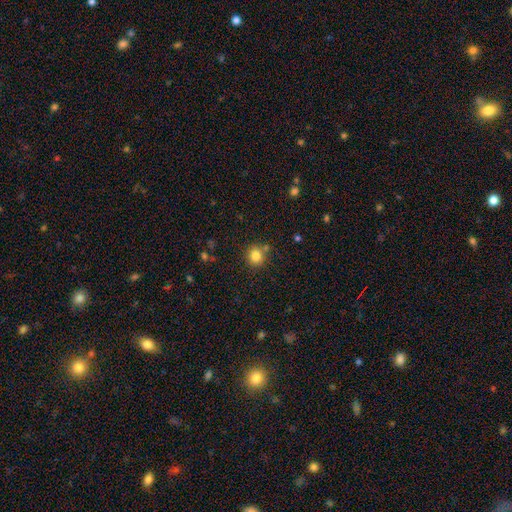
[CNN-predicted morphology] Smooth or featured? Predicted: smooth (p=0.81). How rounded? Predicted: round (p=0.89). Merging? Predicted: none (p=0.79).